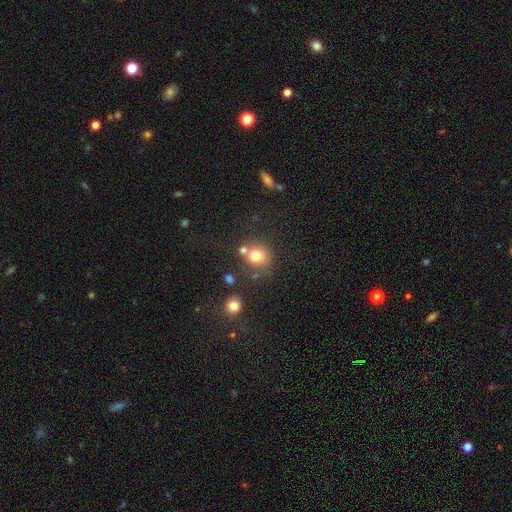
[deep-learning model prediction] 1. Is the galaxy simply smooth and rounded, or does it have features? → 76% smooth, 13% star or artifact, 10% featured or disk.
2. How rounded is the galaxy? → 84% round, 15% in between, 1% cigar-shaped.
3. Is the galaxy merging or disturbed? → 63% none, 20% merger, 12% minor disturbance, 5% major disturbance.